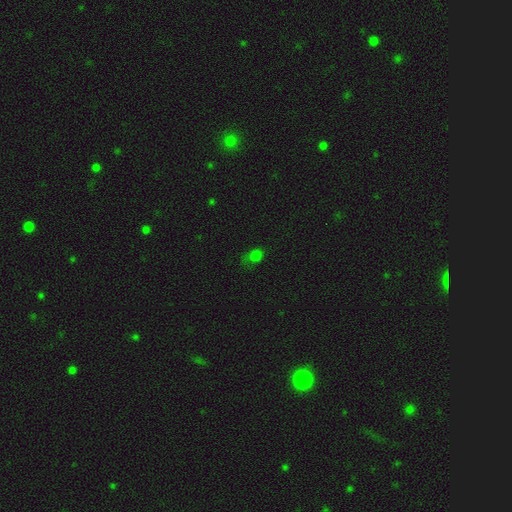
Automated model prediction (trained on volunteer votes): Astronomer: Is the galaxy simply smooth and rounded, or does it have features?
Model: smooth — 68%.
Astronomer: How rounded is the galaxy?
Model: round — 52% (runner-up: in between, 46%).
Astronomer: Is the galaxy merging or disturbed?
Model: none — 52% (runner-up: minor disturbance, 28%).